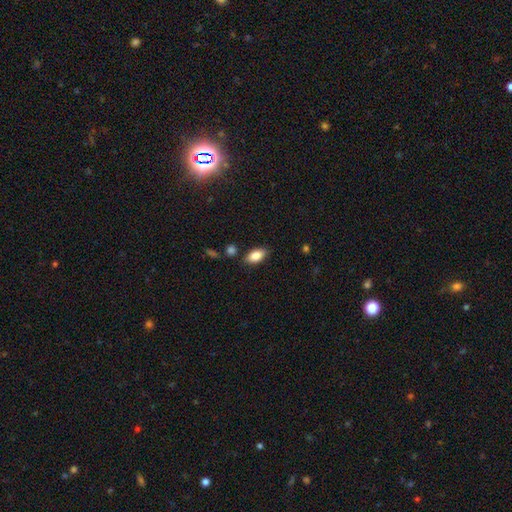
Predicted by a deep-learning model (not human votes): The model was most divided on "merging": none: 83%, minor disturbance: 11%, merger: 3%, major disturbance: 2%. More confident: how rounded — in between (91%); smooth or featured — smooth (84%).